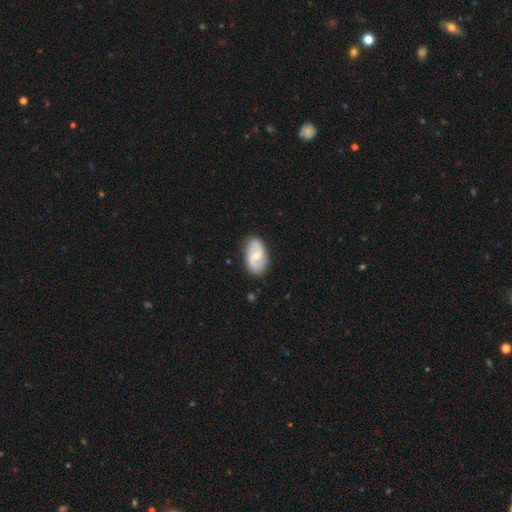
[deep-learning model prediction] A featured or disk galaxy (72%) with no bar (51%), 2 (88%) medium (47%) spiral arms (91%) and a moderate central bulge (51%).

Vote fractions:
- Smooth or featured? featured or disk: 72% / smooth: 23% / star or artifact: 5%
- Edge-on disk? no: 97% / yes: 3%
- Bar? no: 51% / weak: 42% / strong: 8%
- Spiral arms? yes: 91% / no: 9%
- Spiral winding? medium: 47% / loose: 27% / tight: 26%
- Spiral arm count? 2: 88% / can't tell: 7% / 1: 2% / 3: 2% / 4: 1% / more than 4: 1%
- Bulge size? moderate: 51% / small: 43% / none: 3% / large: 2% / dominant: 1%
- Merging? none: 80% / minor disturbance: 15% / major disturbance: 3% / merger: 1%